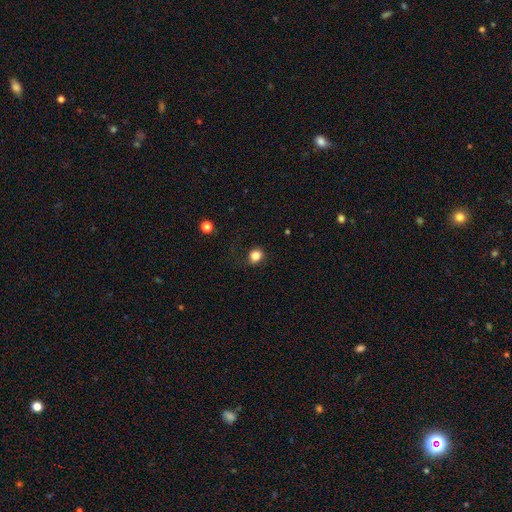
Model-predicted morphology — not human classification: Smooth or featured: smooth — 83% (star or artifact — 12%)
How rounded: round — 74% (in between — 25%)
Merging: none — 79% (minor disturbance — 14%)